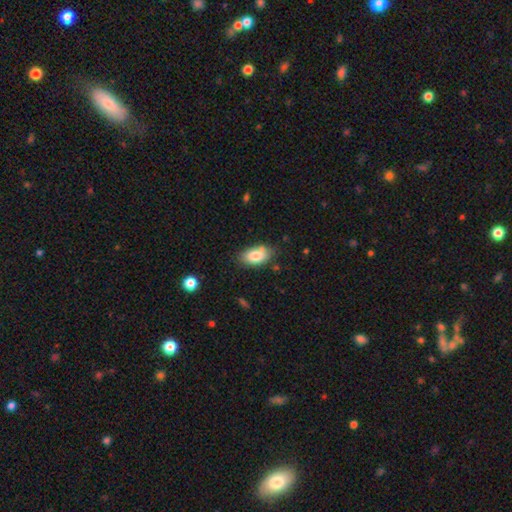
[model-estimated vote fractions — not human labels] Overall: smooth (81%). How rounded: in between (92%). Merging: none (74%).